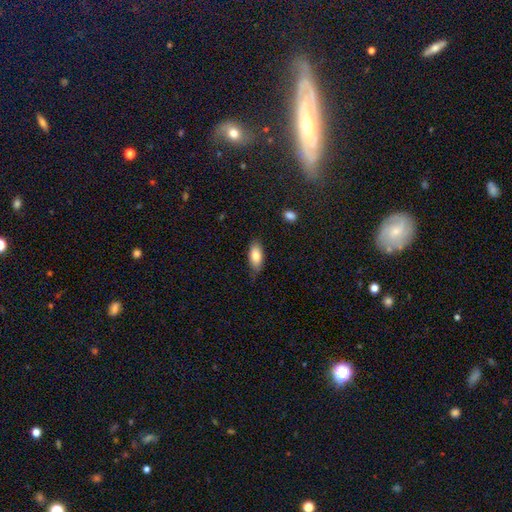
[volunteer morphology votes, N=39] A smooth galaxy with no disk features (85%) that is in between round and cigar-shaped (85%). Merging: none (50%).